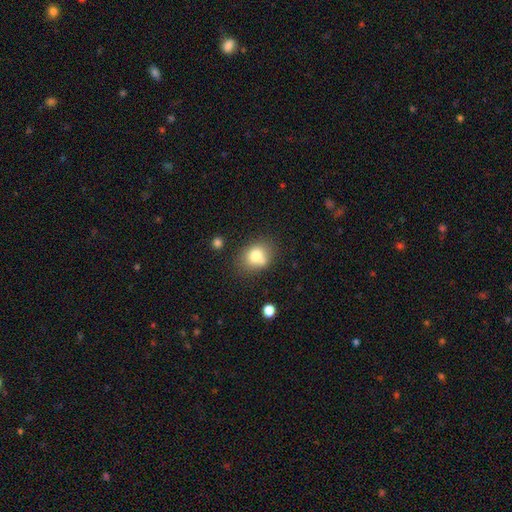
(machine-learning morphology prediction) Smooth or featured? Predicted: smooth (p=0.76). How rounded? Predicted: round (p=0.56). Merging? Predicted: none (p=0.58).